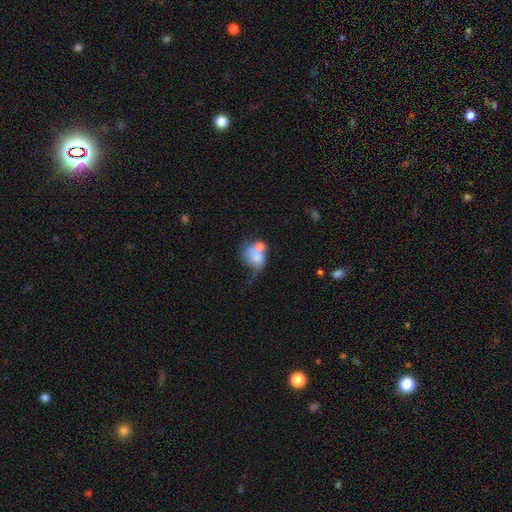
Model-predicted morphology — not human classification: type=smooth (63%); roundness=in between (51%); merging=merger (51%).